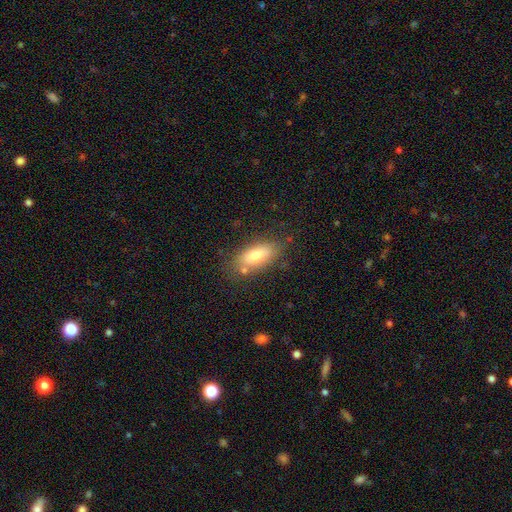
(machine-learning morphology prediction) smooth 76%, featured or disk 16%, star or artifact 8%. Down the decision tree: how rounded — in between (78%); merging — none (76%).